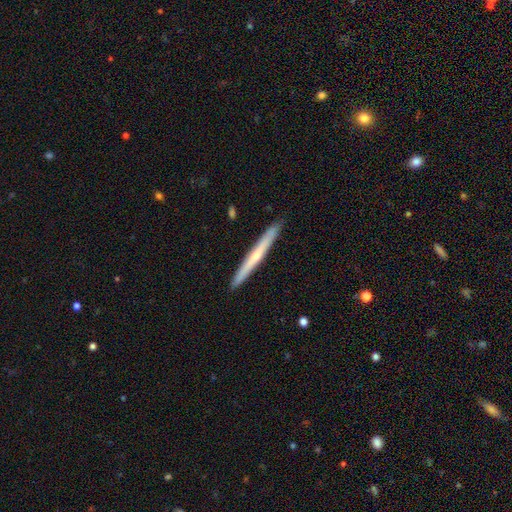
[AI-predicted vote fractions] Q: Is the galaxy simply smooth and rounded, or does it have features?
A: featured or disk — 53%.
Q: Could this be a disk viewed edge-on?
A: yes — 96%.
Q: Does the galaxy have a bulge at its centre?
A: none — 49%.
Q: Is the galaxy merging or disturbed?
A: none — 92%.